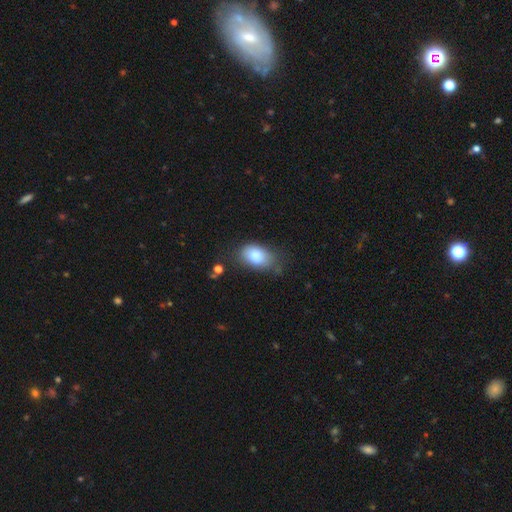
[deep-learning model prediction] Morphology: type=smooth (84%); roundness=in between (88%); merging=none (54%).